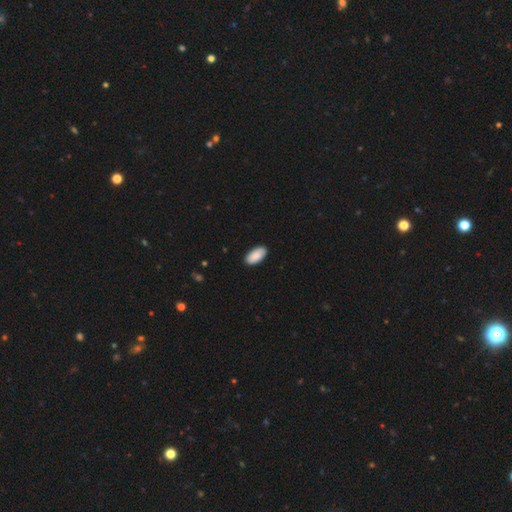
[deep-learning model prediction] smooth 91%, star or artifact 6%, featured or disk 4%. Down the decision tree: how rounded — in between (95%); merging — none (90%).